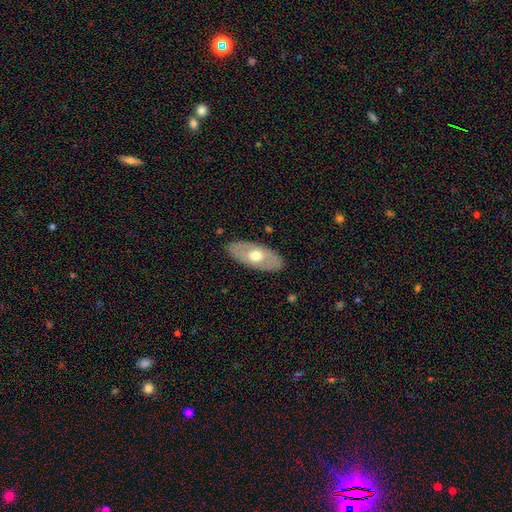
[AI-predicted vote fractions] Morphology: type=smooth (50%); roundness=in between (89%); merging=none (86%).